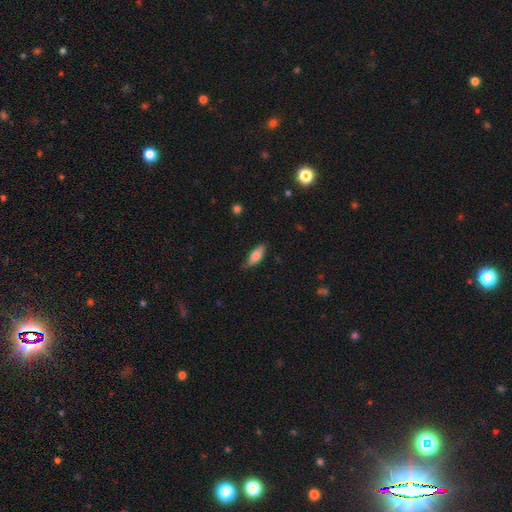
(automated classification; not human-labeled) A smooth galaxy with no disk features (69%) that is in between round and cigar-shaped (67%).

Vote fractions:
- Smooth or featured? smooth: 69% / featured or disk: 25% / star or artifact: 6%
- How rounded? in between: 67% / cigar-shaped: 31% / round: 2%
- Merging? none: 80% / minor disturbance: 16% / major disturbance: 3% / merger: 1%